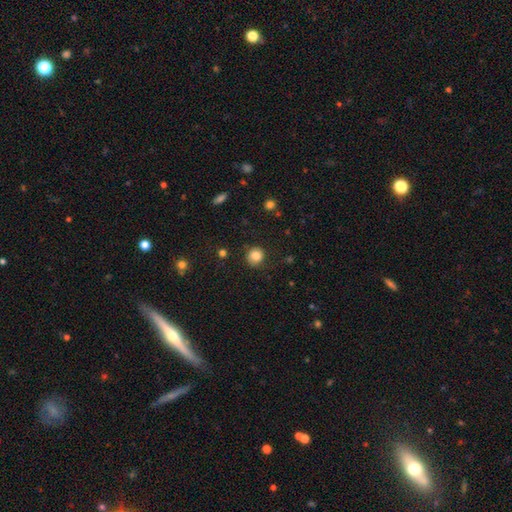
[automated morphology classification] The model was most divided on "smooth or featured": smooth: 83%, star or artifact: 11%, featured or disk: 7%. More confident: how rounded — round (88%); merging — none (84%).